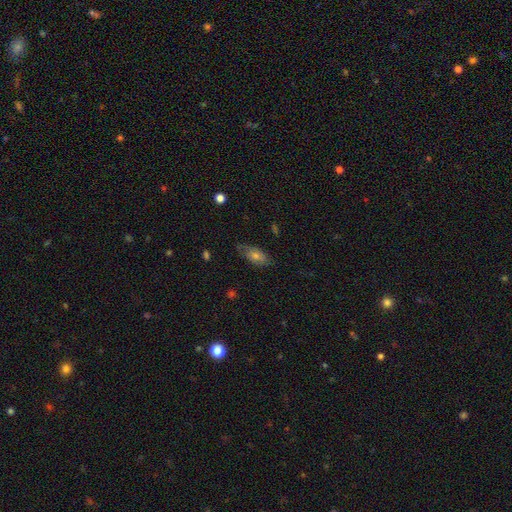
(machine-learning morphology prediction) Smooth or featured: smooth — 56% (featured or disk — 34%)
How rounded: in between — 85% (cigar-shaped — 10%)
Merging: none — 71% (minor disturbance — 22%)